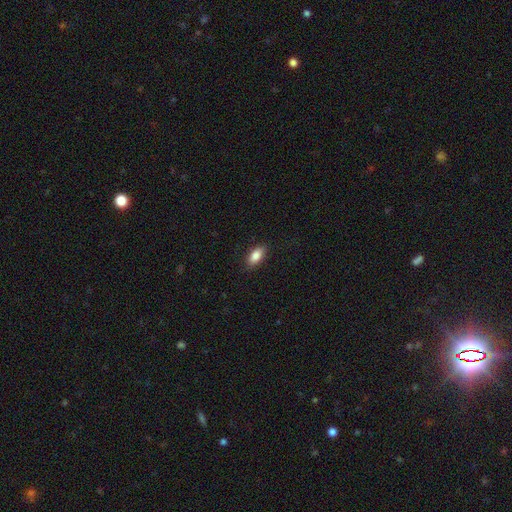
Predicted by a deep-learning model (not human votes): This appears to be a smooth galaxy with no disk features (85%) that is in between round and cigar-shaped (89%). Merging: none (86%).